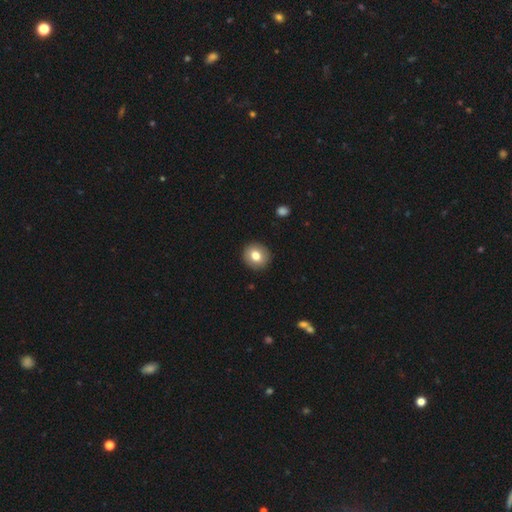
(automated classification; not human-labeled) Q: Smooth or featured?
A: smooth (78%); runner-up: featured or disk (14%)
Q: How rounded?
A: round (86%); runner-up: in between (14%)
Q: Merging?
A: none (91%); runner-up: minor disturbance (6%)